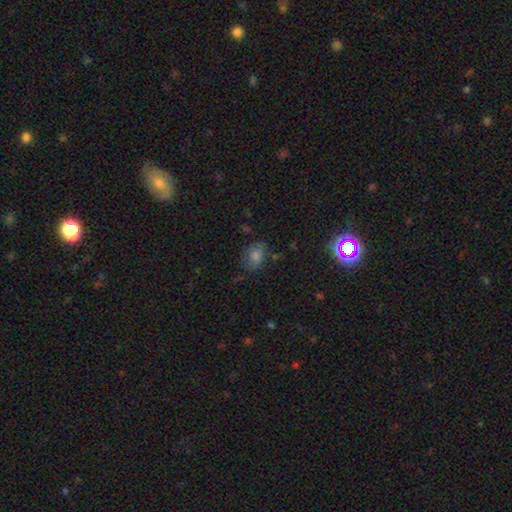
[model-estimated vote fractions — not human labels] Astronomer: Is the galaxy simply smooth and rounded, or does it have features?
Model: smooth — 61%.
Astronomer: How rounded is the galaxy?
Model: in between — 59% (runner-up: round, 39%).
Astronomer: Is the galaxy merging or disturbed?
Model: none — 67%.